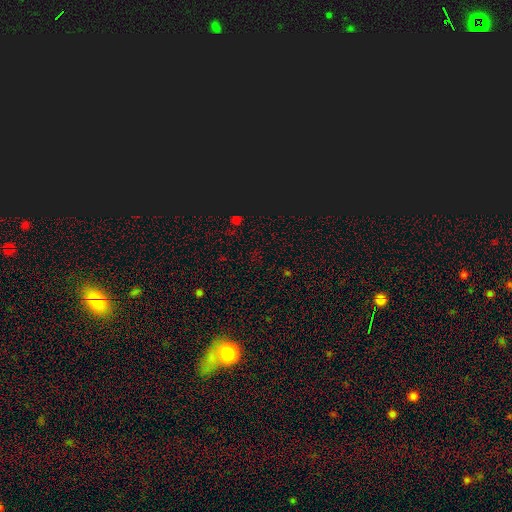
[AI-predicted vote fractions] smooth-or-featured: star or artifact: 68% | smooth: 25% | featured or disk: 7%